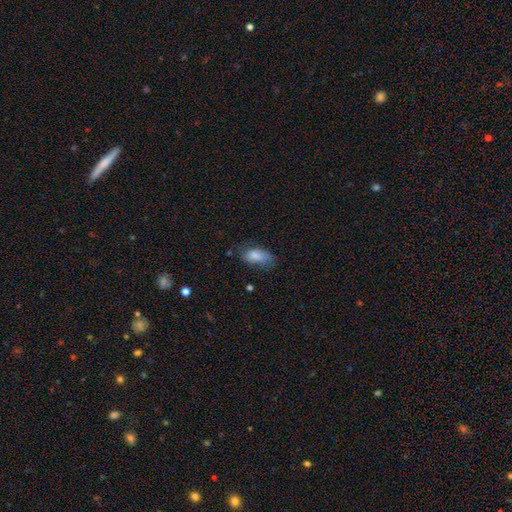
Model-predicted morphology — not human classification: Smooth or featured? smooth (78%)
How rounded? in between (91%)
Merging? none (54%)